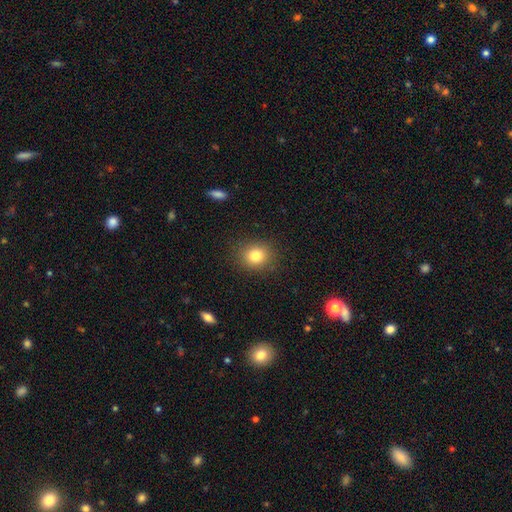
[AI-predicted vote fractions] A smooth galaxy with no disk features (81%) that is round (74%). Merging: none (88%).